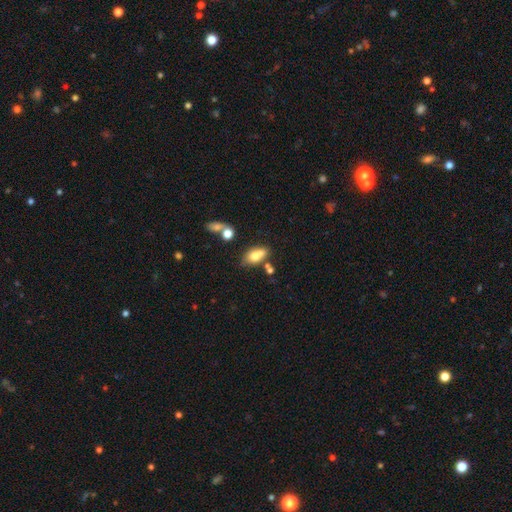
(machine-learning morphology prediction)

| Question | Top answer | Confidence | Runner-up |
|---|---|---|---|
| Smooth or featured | smooth | 74% | featured or disk (18%) |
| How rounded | in between | 86% | cigar-shaped (7%) |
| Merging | none | 52% | minor disturbance (21%) |